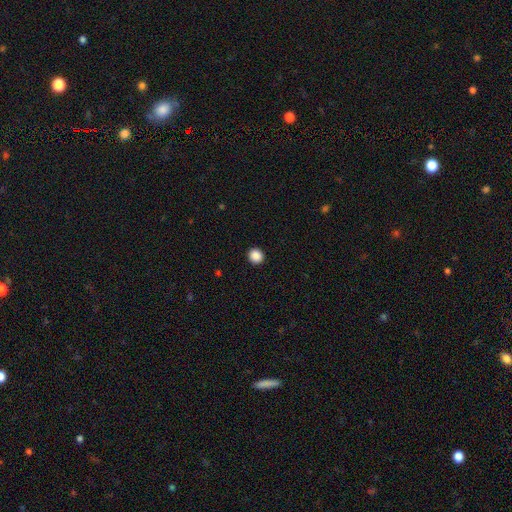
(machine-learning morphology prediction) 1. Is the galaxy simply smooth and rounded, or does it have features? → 88% smooth, 9% star or artifact, 3% featured or disk.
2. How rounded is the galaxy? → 91% round, 8% in between, 1% cigar-shaped.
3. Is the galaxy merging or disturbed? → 93% none, 4% minor disturbance, 2% major disturbance, 1% merger.